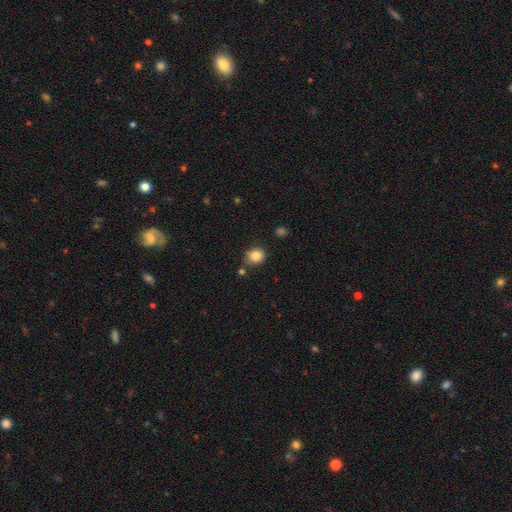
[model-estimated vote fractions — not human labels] Smooth or featured: smooth — 84% (star or artifact — 10%)
How rounded: round — 63% (in between — 36%)
Merging: none — 72% (minor disturbance — 18%)